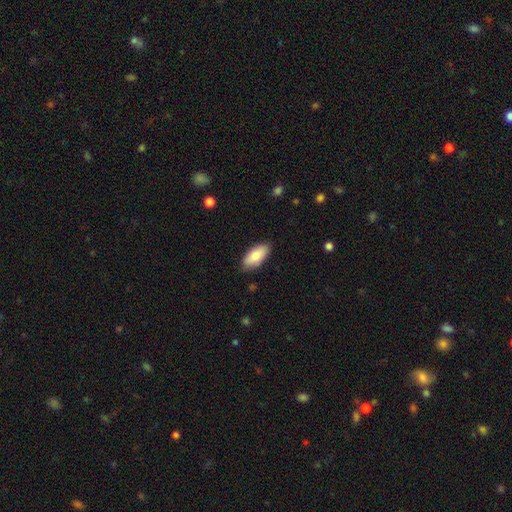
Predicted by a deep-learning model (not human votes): A smooth galaxy with no disk features (82%) that is in between round and cigar-shaped (88%).

Vote fractions:
- Smooth or featured? smooth: 82% / featured or disk: 12% / star or artifact: 6%
- How rounded? in between: 88% / cigar-shaped: 10% / round: 2%
- Merging? none: 84% / minor disturbance: 12% / major disturbance: 2% / merger: 1%